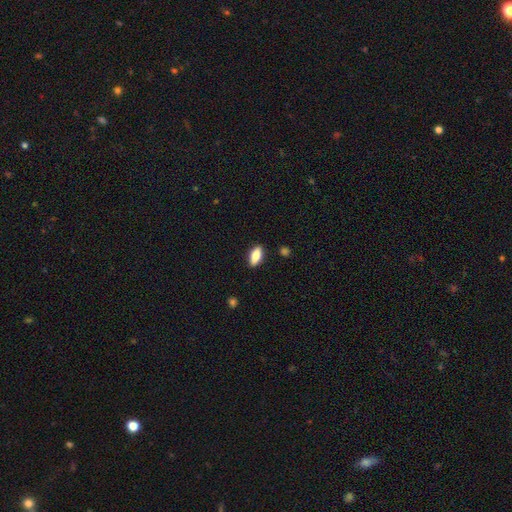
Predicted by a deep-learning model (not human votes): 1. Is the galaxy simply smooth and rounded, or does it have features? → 81% smooth, 13% featured or disk, 7% star or artifact.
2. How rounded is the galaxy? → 80% in between, 17% cigar-shaped, 3% round.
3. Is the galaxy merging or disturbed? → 87% none, 10% minor disturbance, 2% major disturbance, 1% merger.